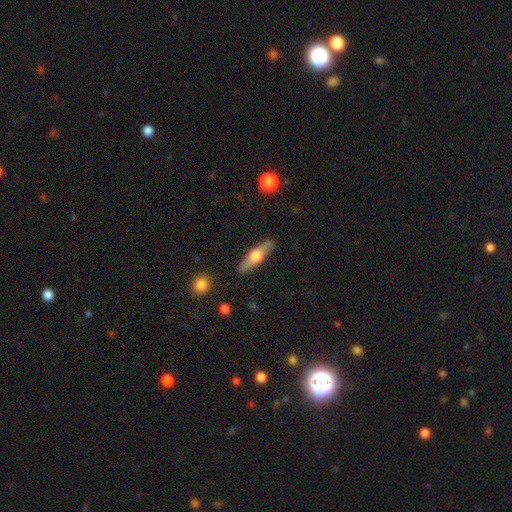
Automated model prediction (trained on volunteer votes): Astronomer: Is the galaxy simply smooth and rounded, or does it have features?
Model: featured or disk — 48% (runner-up: smooth, 47%).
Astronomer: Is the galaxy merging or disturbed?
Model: none — 88%.